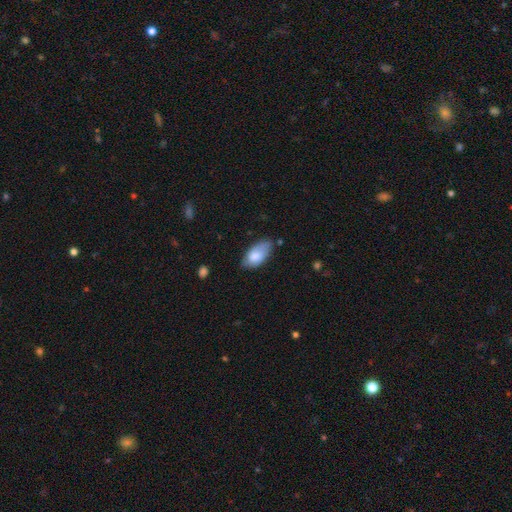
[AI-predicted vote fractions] A smooth galaxy with no disk features (78%) that is in between round and cigar-shaped (93%).

Vote fractions:
- Smooth or featured? smooth: 78% / featured or disk: 16% / star or artifact: 6%
- How rounded? in between: 93% / cigar-shaped: 4% / round: 3%
- Merging? none: 60% / minor disturbance: 32% / major disturbance: 6% / merger: 2%